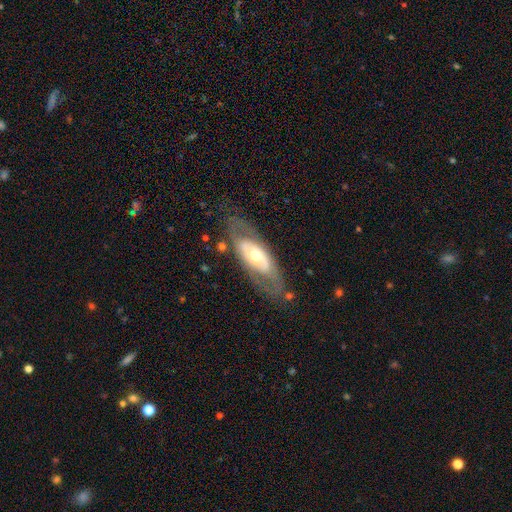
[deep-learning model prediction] Smooth or featured: featured or disk — 67% (smooth — 27%)
Edge-on disk: no — 83% (yes — 17%)
Bar: no — 74% (weak — 17%)
Spiral arms: no — 63% (yes — 37%)
Bulge size: moderate — 63% (small — 26%)
Merging: none — 72% (minor disturbance — 16%)